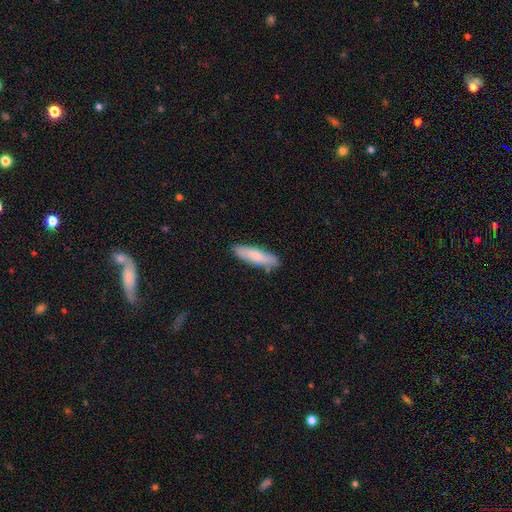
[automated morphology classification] smooth_or_featured: smooth (p=0.80) [alt: featured or disk p=0.15]
how_rounded: cigar-shaped (p=0.69) [alt: in between p=0.30]
merging: none (p=0.83) [alt: minor disturbance p=0.13]